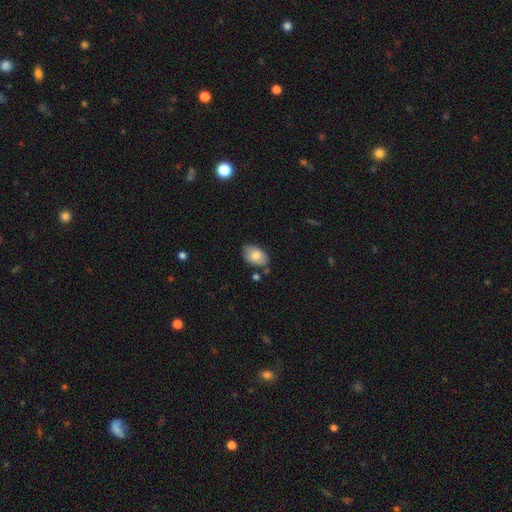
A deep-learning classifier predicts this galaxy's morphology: This appears to be a smooth galaxy with no disk features (78%) that is in between round and cigar-shaped (89%). Merging: none (73%).